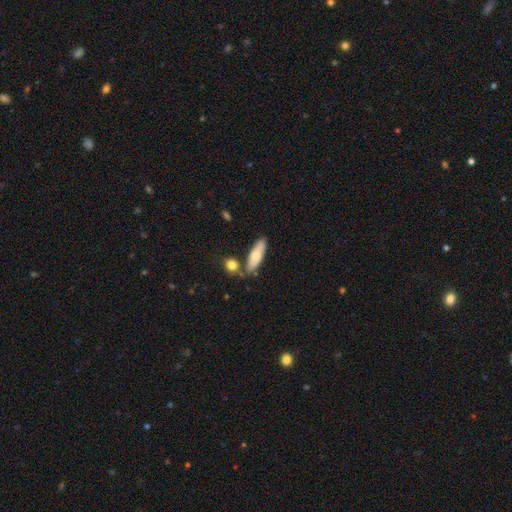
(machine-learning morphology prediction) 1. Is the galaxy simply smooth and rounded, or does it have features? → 67% smooth, 27% featured or disk, 6% star or artifact.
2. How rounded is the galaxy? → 52% in between, 45% cigar-shaped, 2% round.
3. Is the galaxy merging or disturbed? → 72% none, 13% minor disturbance, 13% merger, 3% major disturbance.